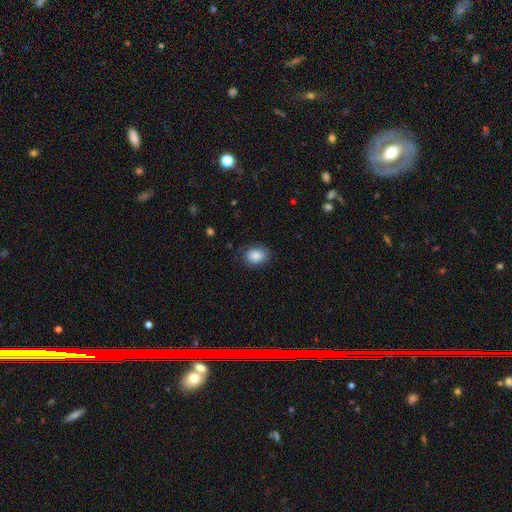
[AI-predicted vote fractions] Smooth or featured? smooth (87%)
How rounded? in between (61%)
Merging? none (80%)